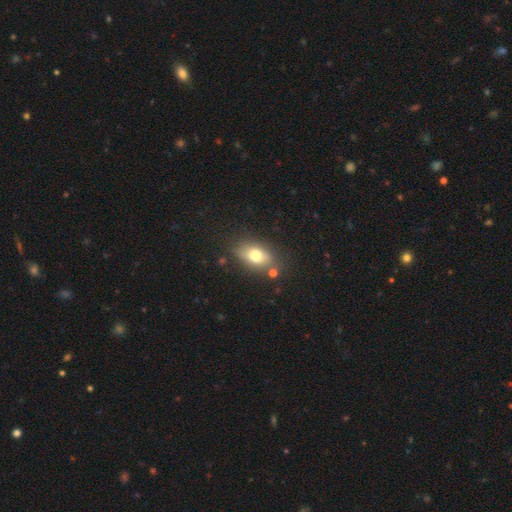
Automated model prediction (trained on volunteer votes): smooth 74%, featured or disk 17%, star or artifact 10%. Down the decision tree: how rounded — in between (80%); merging — none (74%).